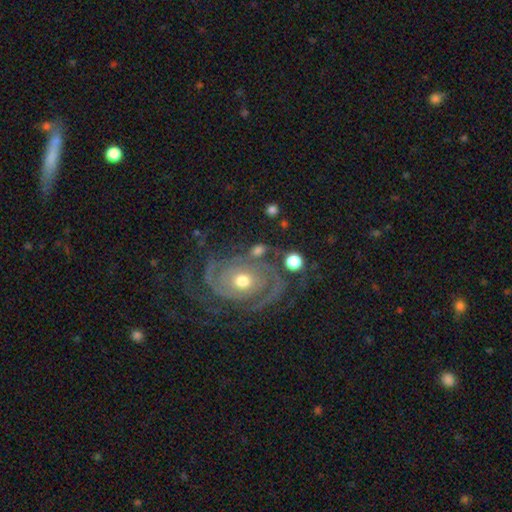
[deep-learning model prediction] Overall: featured or disk (89%). Edge-on disk: no (97%). Bar: no (79%). Spiral arms: yes (97%). Spiral arm count: 2 (43%; 3 22%). Spiral winding: tight (69%). Bulge size: moderate (68%). Merging: none (66%).